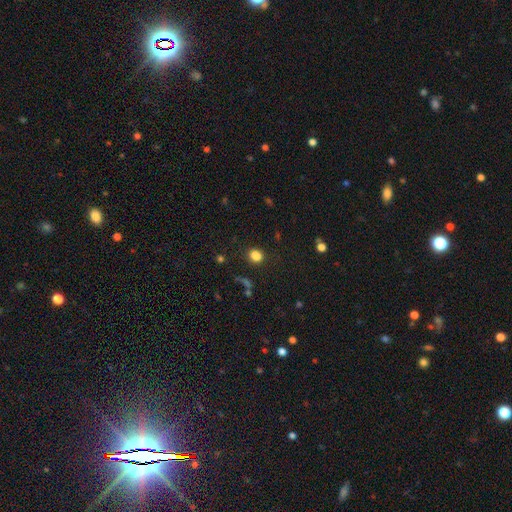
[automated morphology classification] type=smooth (83%); roundness=round (62%); merging=none (83%).